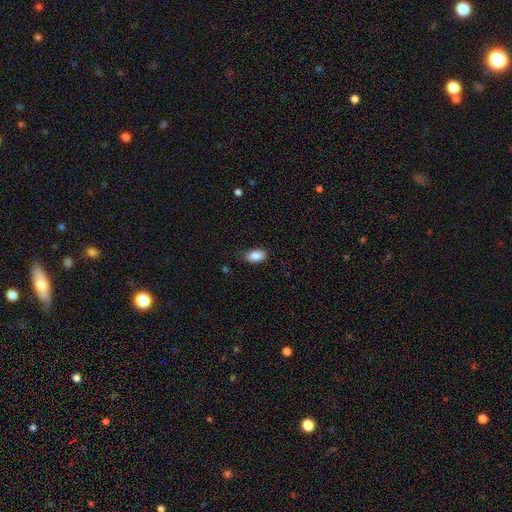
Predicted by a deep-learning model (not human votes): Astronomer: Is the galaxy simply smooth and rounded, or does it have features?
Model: smooth — 88%.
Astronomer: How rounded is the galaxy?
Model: in between — 92%.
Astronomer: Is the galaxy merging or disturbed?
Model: none — 75%.